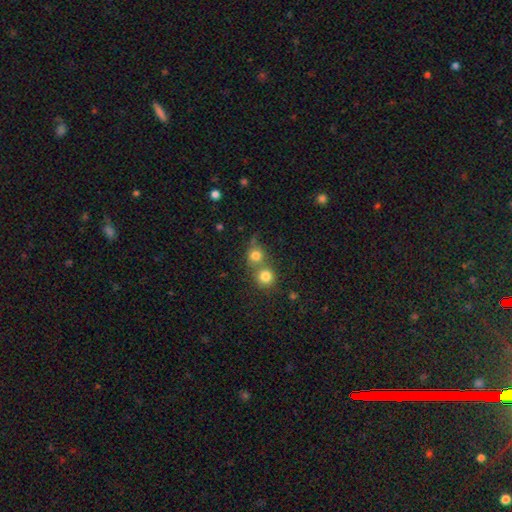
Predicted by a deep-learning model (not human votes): This appears to be a smooth galaxy with no disk features (78%) that is round (86%). Merging: merger (47%).